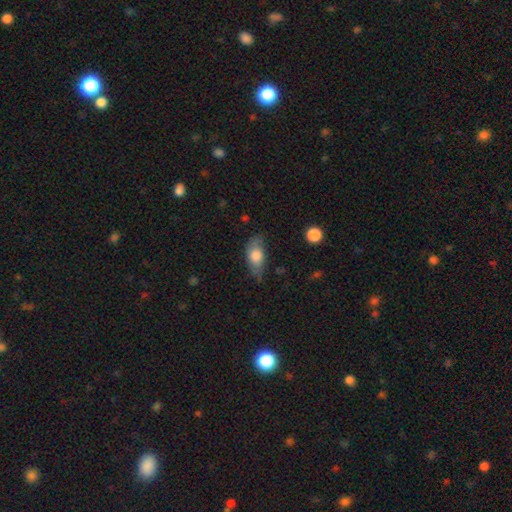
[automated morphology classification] A smooth galaxy with no disk features (70%) that is in between round and cigar-shaped (86%).

Vote fractions:
- Smooth or featured? smooth: 70% / featured or disk: 23% / star or artifact: 7%
- How rounded? in between: 86% / cigar-shaped: 7% / round: 7%
- Merging? none: 61% / minor disturbance: 29% / major disturbance: 8% / merger: 2%